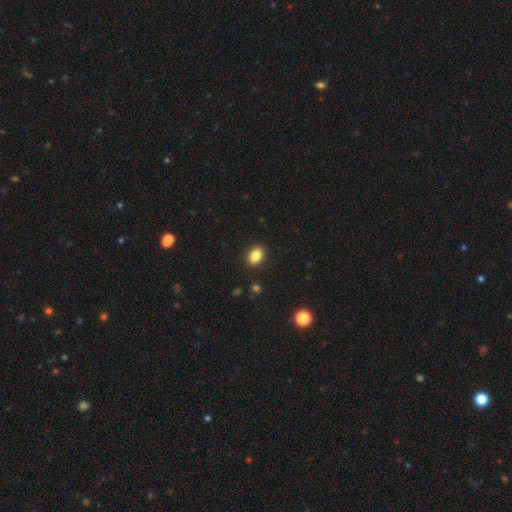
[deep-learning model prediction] Q: Smooth or featured?
A: smooth (86%); runner-up: star or artifact (9%)
Q: How rounded?
A: in between (81%); runner-up: round (18%)
Q: Merging?
A: none (90%); runner-up: minor disturbance (7%)